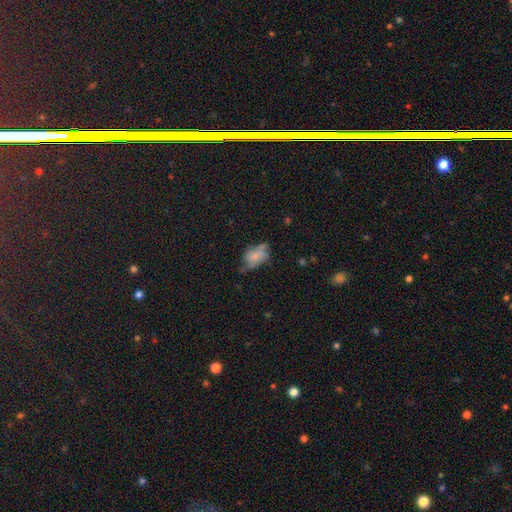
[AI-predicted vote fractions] smooth_or_featured: smooth (p=0.54) [alt: featured or disk p=0.36]
how_rounded: in between (p=0.87) [alt: round p=0.11]
merging: none (p=0.37) [alt: minor disturbance p=0.35]